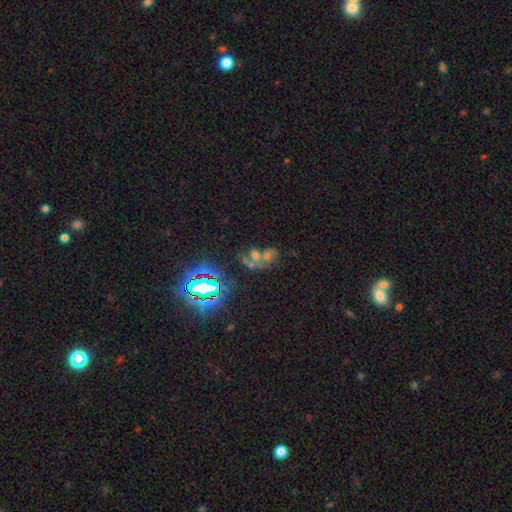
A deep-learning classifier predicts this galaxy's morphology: Smooth or featured: star or artifact — 36% (smooth — 34%)